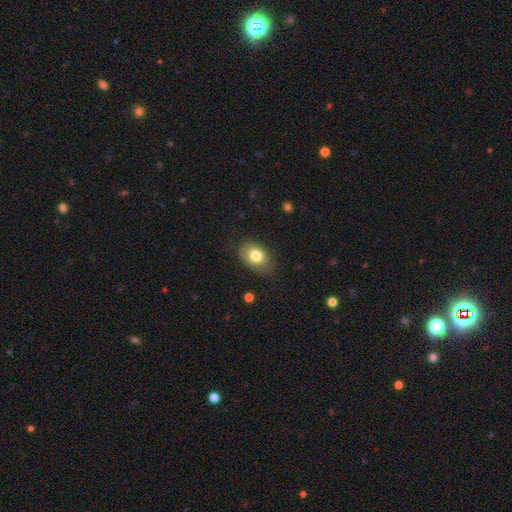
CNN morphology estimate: Smooth or featured? Predicted: smooth (p=0.78). How rounded? Predicted: in between (p=0.80). Merging? Predicted: none (p=0.78).